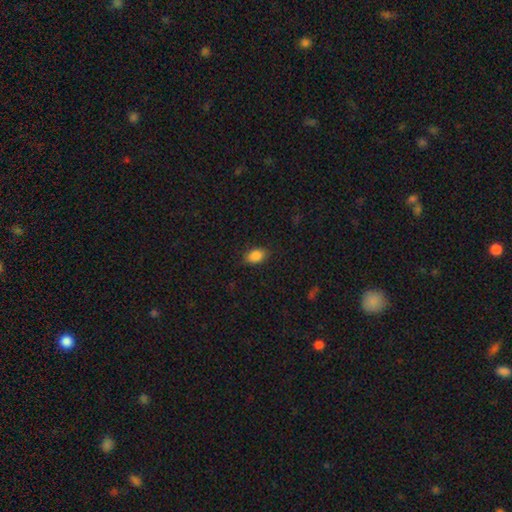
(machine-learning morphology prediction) The model was most divided on "merging": none: 86%, minor disturbance: 10%, major disturbance: 3%, merger: 1%. More confident: smooth or featured — smooth (87%); how rounded — in between (87%).